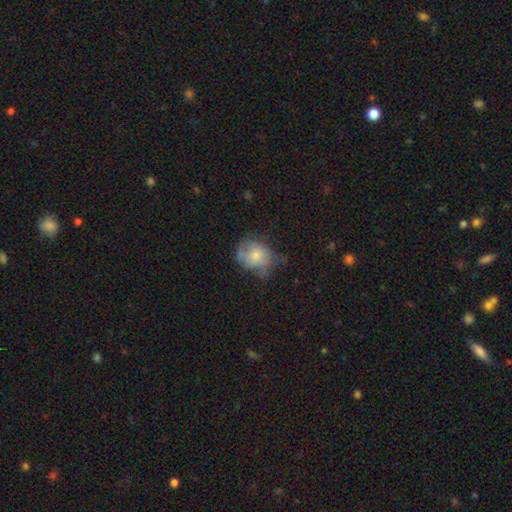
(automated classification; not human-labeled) Smooth or featured? smooth (64%)
How rounded? round (53%)
Merging? none (39%)